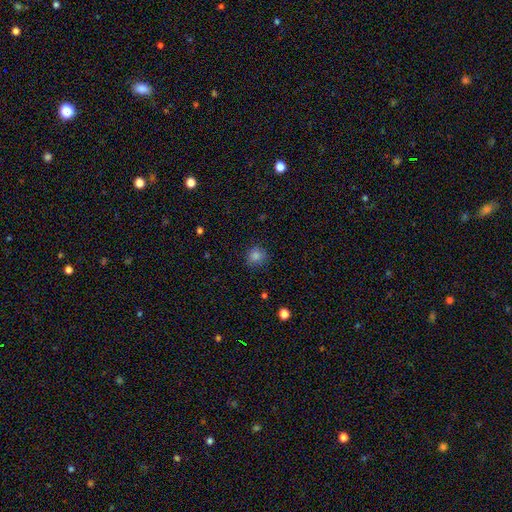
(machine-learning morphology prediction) smooth_or_featured: smooth (p=0.82) [alt: star or artifact p=0.13]
how_rounded: round (p=0.86) [alt: in between p=0.13]
merging: none (p=0.84) [alt: minor disturbance p=0.12]